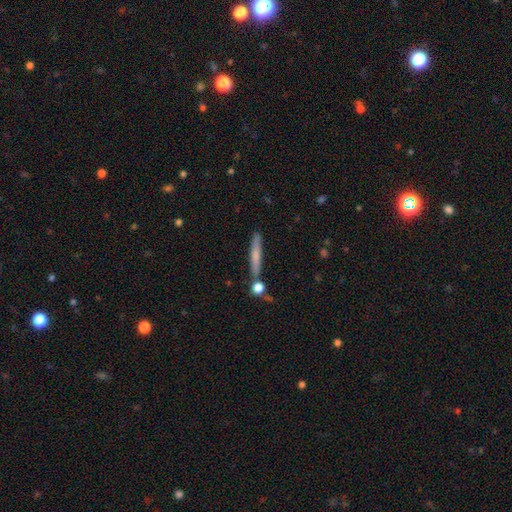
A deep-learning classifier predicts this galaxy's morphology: This appears to be a smooth galaxy with no disk features (60%) that is cigar-shaped (94%). Merging: none (80%).